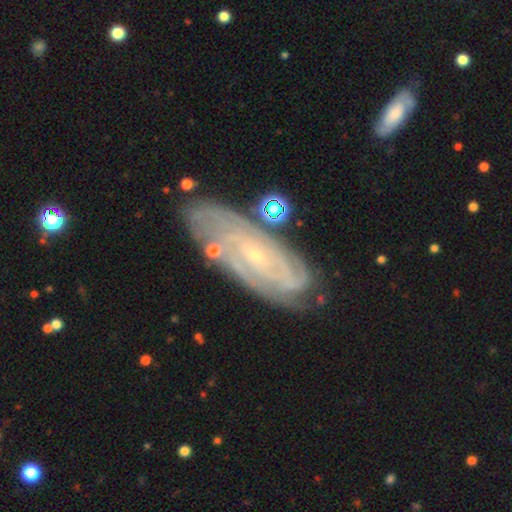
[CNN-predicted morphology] Smooth or featured? Predicted: featured or disk (p=0.85). Edge-on disk? Predicted: no (p=0.91). Bar? Predicted: no (p=0.61). Spiral arms? Predicted: yes (p=0.95). Spiral winding? Predicted: tight (p=0.77). Spiral arm count? Predicted: can't tell (p=0.41). Bulge size? Predicted: small (p=0.84). Merging? Predicted: none (p=0.76).